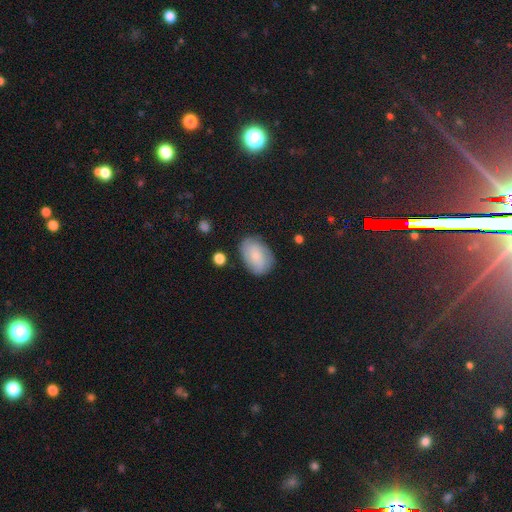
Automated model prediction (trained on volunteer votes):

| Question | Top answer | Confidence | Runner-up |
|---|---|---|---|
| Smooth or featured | smooth | 62% | featured or disk (31%) |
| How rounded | in between | 83% | round (16%) |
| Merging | none | 76% | minor disturbance (17%) |